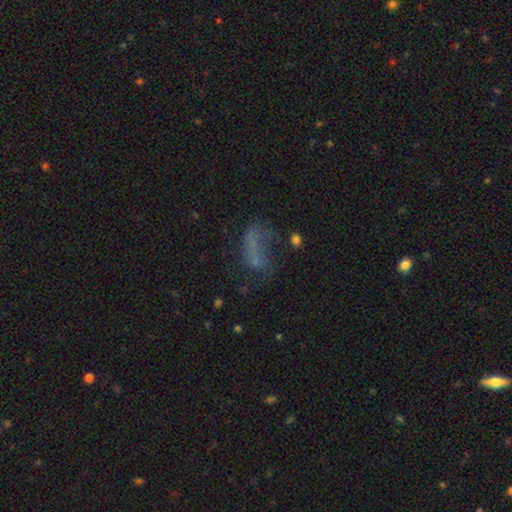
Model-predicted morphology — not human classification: Smooth or featured?
  - smooth: 42% *
  - featured or disk: 35%
  - star or artifact: 23%
Merging?
  - major disturbance: 38% *
  - none: 32%
  - minor disturbance: 17%
  - merger: 13%